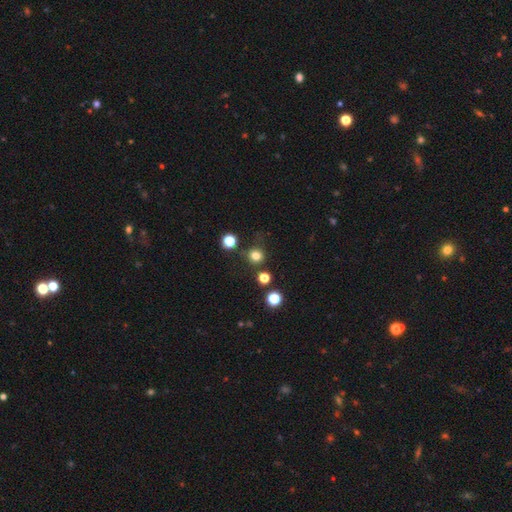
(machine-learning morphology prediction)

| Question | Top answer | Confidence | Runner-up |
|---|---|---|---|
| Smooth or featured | smooth | 77% | star or artifact (17%) |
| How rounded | round | 88% | in between (11%) |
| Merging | none | 78% | minor disturbance (12%) |